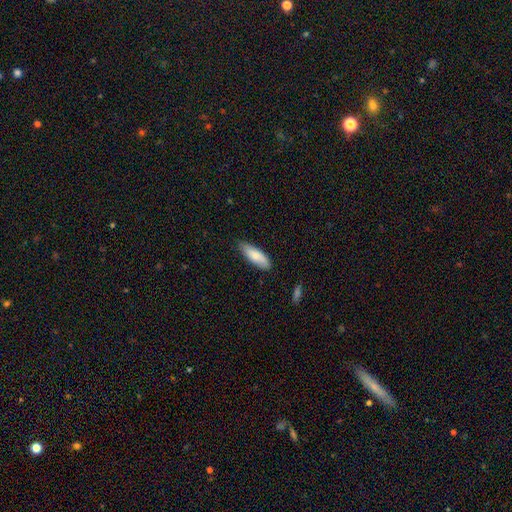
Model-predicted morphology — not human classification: Smooth or featured: smooth — 81% (featured or disk — 14%)
How rounded: in between — 59% (cigar-shaped — 39%)
Merging: none — 80% (minor disturbance — 16%)